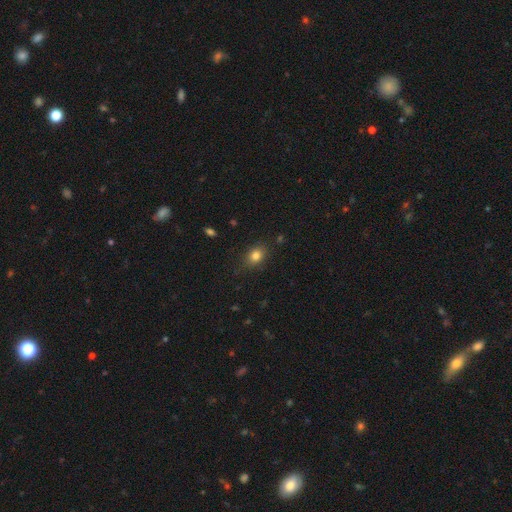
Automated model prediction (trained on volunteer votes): Smooth or featured: smooth — 81% (star or artifact — 11%)
How rounded: in between — 60% (round — 39%)
Merging: none — 82% (minor disturbance — 13%)